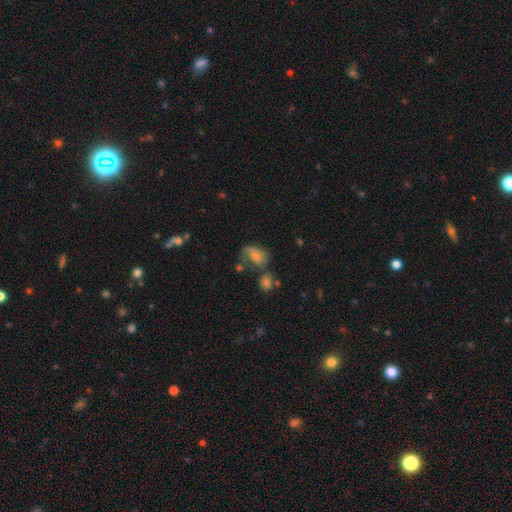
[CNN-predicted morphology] A smooth galaxy with no disk features (62%) that is in between round and cigar-shaped (81%).

Vote fractions:
- Smooth or featured? smooth: 62% / featured or disk: 27% / star or artifact: 11%
- How rounded? in between: 81% / round: 17% / cigar-shaped: 2%
- Merging? none: 36% / minor disturbance: 28% / major disturbance: 20% / merger: 16%